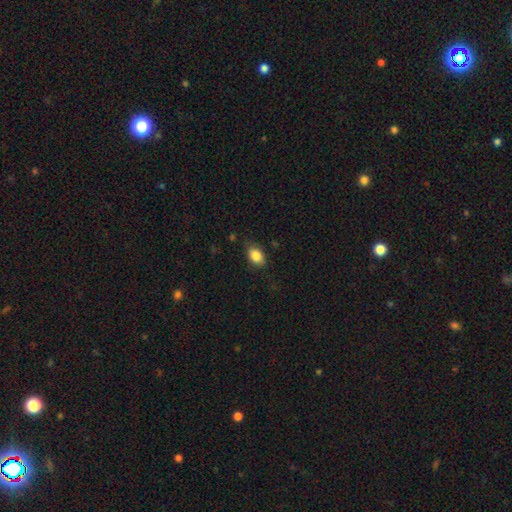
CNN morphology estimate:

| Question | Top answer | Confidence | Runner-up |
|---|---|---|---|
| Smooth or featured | smooth | 86% | star or artifact (8%) |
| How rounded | in between | 83% | round (15%) |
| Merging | none | 79% | minor disturbance (17%) |